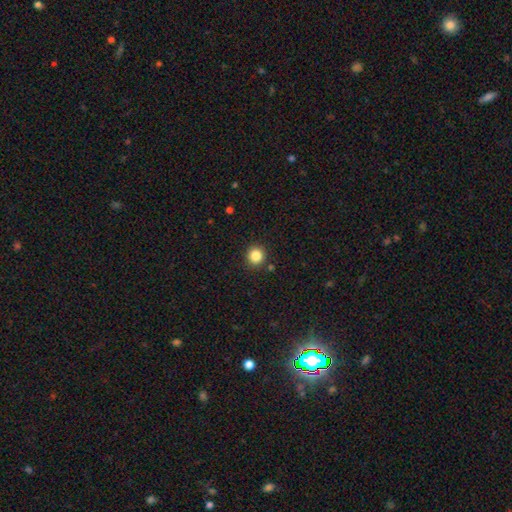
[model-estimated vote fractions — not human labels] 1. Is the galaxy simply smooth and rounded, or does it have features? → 85% smooth, 11% star or artifact, 4% featured or disk.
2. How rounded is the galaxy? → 92% round, 7% in between, 1% cigar-shaped.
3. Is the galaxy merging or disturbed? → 90% none, 6% minor disturbance, 2% major disturbance, 2% merger.